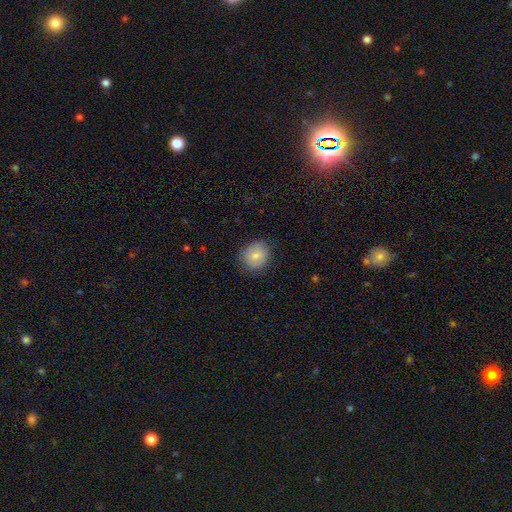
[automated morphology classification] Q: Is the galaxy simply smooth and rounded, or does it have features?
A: smooth — 81%.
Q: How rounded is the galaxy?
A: round — 76%.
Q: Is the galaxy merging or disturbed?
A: none — 82%.